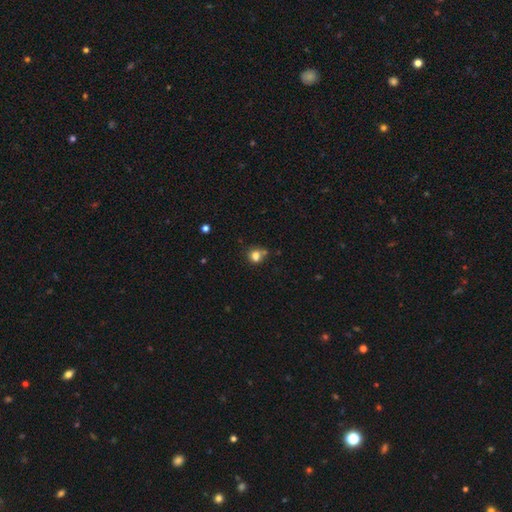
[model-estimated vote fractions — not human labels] This appears to be a smooth galaxy with no disk features (79%) that is round (75%). Merging: none (55%).